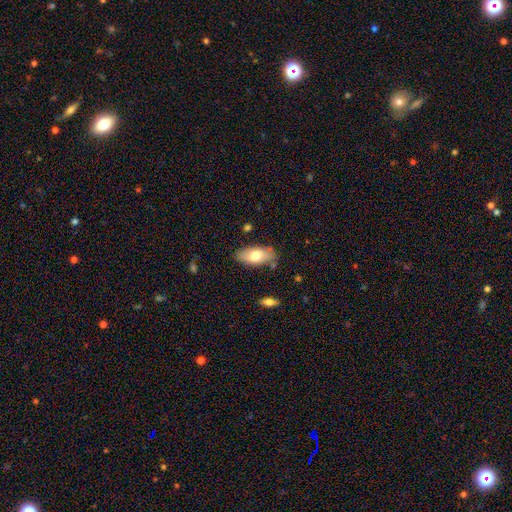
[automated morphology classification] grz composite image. It shows a smooth galaxy with no disk features (71%) that is in between round and cigar-shaped (89%). Merging: none (78%).